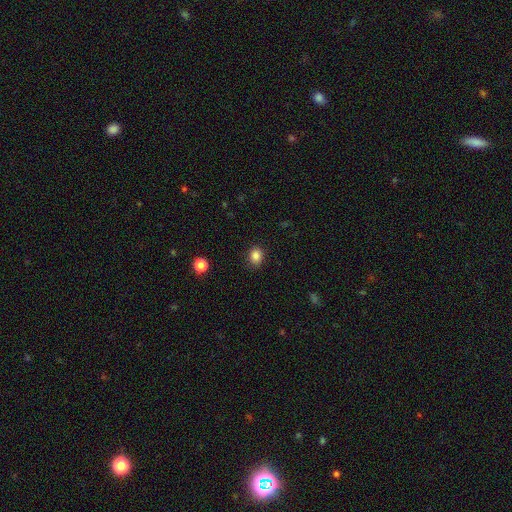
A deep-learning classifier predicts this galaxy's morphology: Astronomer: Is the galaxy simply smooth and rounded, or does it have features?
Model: smooth — 85%.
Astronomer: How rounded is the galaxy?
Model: round — 59% (runner-up: in between, 40%).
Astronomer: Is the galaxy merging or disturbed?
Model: none — 88%.